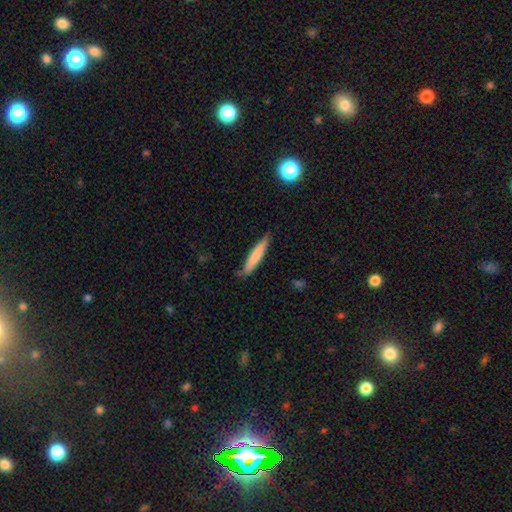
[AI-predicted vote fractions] Overall: smooth (76%). How rounded: cigar-shaped (92%). Merging: none (80%).